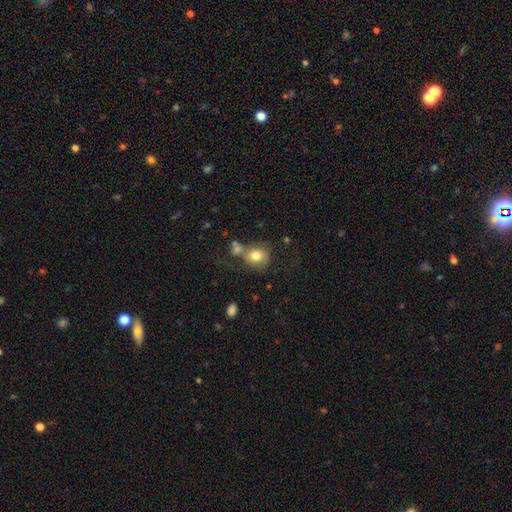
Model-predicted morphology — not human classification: Smooth or featured? Predicted: smooth (p=0.78). How rounded? Predicted: round (p=0.76). Merging? Predicted: none (p=0.50).